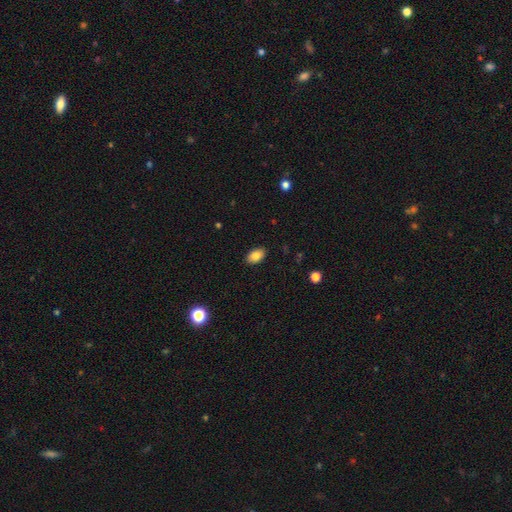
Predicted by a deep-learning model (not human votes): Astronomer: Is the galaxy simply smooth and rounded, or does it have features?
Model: smooth — 84%.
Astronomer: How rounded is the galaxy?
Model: in between — 91%.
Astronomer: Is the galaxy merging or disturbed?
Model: none — 89%.